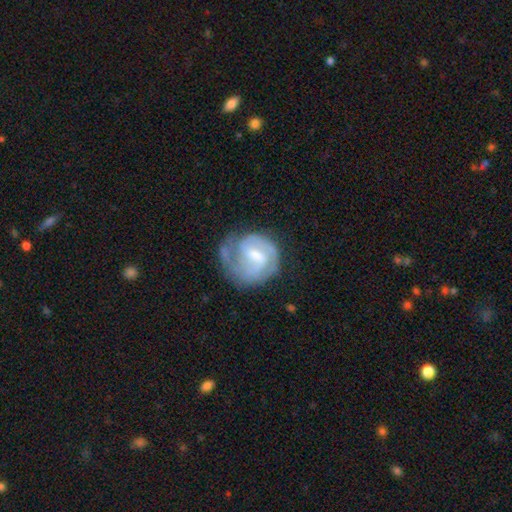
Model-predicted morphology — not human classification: A featured or disk galaxy (79%) with a weak bar (59%), 2 (56%) tight (51%) spiral arms (92%) and a moderate central bulge (46%).

Vote fractions:
- Smooth or featured? featured or disk: 79% / smooth: 16% / star or artifact: 6%
- Edge-on disk? no: 98% / yes: 2%
- Bar? weak: 59% / strong: 22% / no: 19%
- Spiral arms? yes: 92% / no: 8%
- Spiral winding? tight: 51% / medium: 38% / loose: 11%
- Spiral arm count? 2: 56% / can't tell: 19% / 1: 13% / 3: 9% / 4: 2% / more than 4: 2%
- Bulge size? moderate: 46% / small: 45% / none: 5% / large: 4% / dominant: 1%
- Merging? none: 56% / minor disturbance: 25% / major disturbance: 17% / merger: 3%